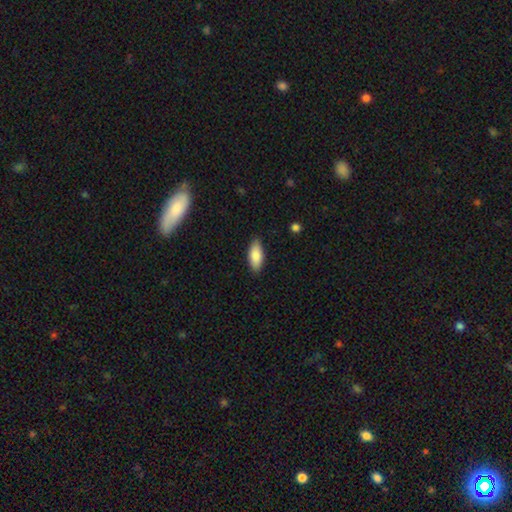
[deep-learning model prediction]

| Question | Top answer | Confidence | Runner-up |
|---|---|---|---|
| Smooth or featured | smooth | 86% | featured or disk (8%) |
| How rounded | in between | 84% | cigar-shaped (14%) |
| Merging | none | 88% | minor disturbance (9%) |